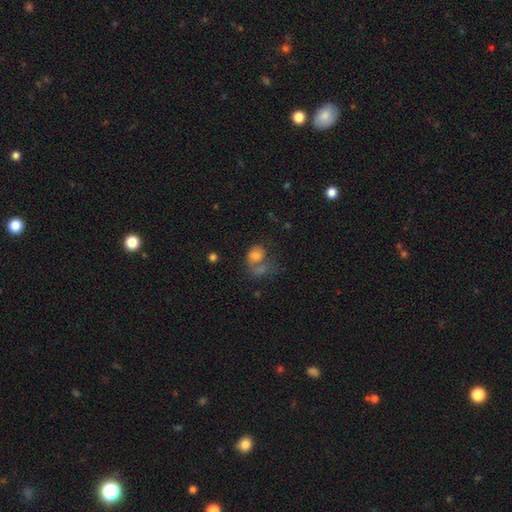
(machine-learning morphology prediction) This appears to be a smooth galaxy with no disk features (68%) that is in between round and cigar-shaped (51%). Merging: merger (39%).